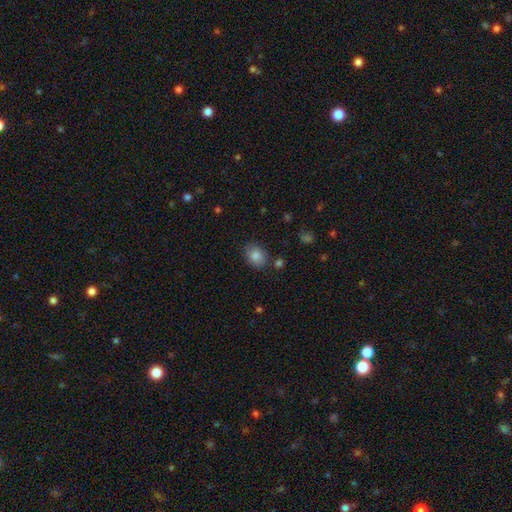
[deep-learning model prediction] smooth-or-featured: smooth: 84% | star or artifact: 9% | featured or disk: 7%
  how-rounded: in between: 58% | round: 41% | cigar-shaped: 1%
  merging: none: 80% | minor disturbance: 13% | merger: 4% | major disturbance: 3%